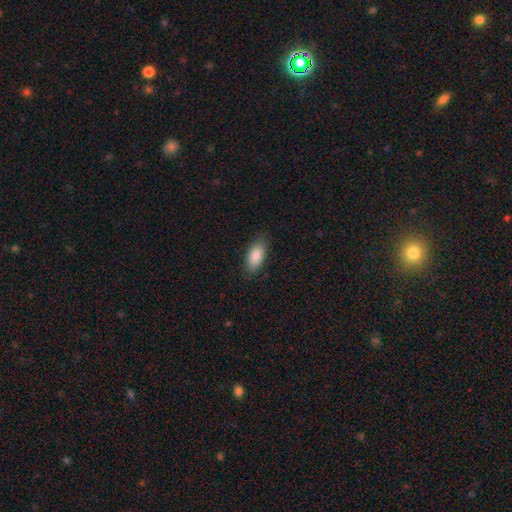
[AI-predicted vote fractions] Smooth or featured? smooth (87%)
How rounded? in between (89%)
Merging? none (84%)